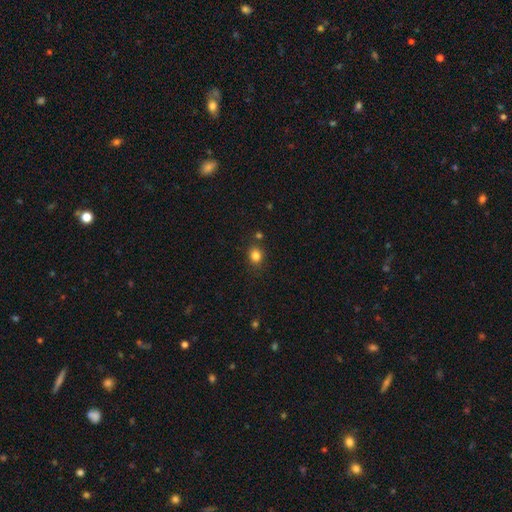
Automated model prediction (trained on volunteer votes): smooth 82%, star or artifact 13%, featured or disk 5%. Down the decision tree: how rounded — round (67%); merging — none (79%).